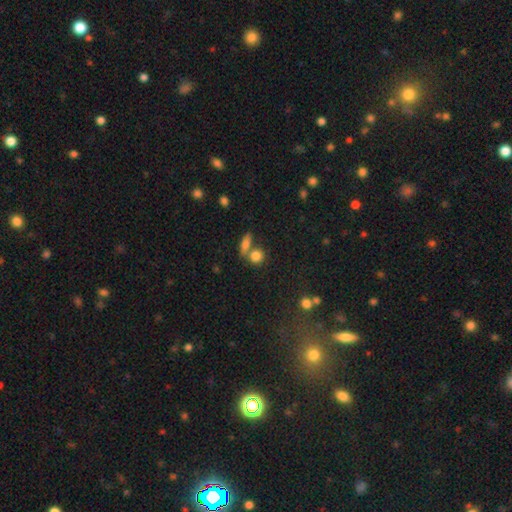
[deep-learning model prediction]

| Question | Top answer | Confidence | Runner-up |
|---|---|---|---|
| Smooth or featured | smooth | 81% | star or artifact (10%) |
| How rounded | round | 68% | in between (26%) |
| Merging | none | 52% | merger (34%) |